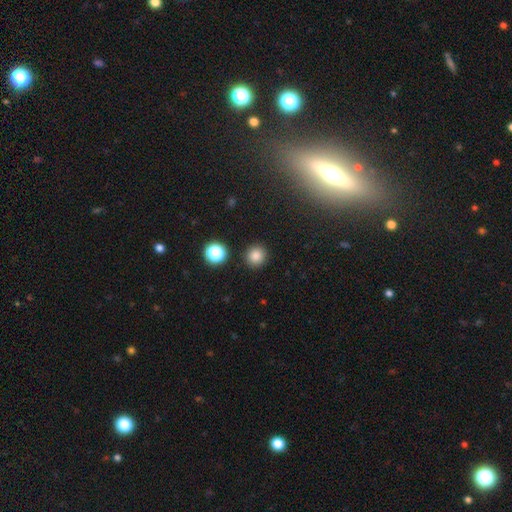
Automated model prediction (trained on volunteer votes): A smooth galaxy with no disk features (82%) that is round (93%). Merging: none (90%).